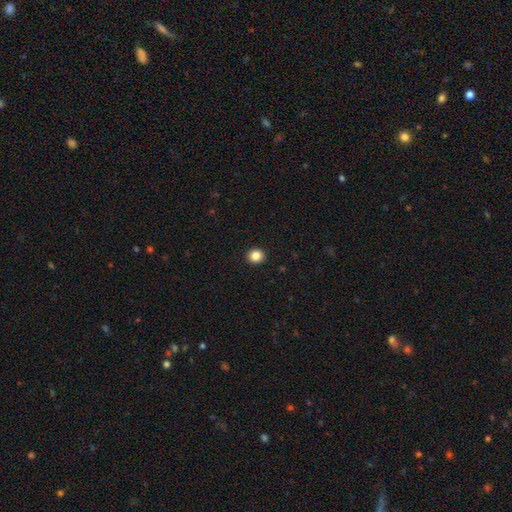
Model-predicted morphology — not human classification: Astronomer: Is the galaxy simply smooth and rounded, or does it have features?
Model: smooth — 85%.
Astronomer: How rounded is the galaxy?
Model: round — 91%.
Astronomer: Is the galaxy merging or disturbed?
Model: none — 94%.